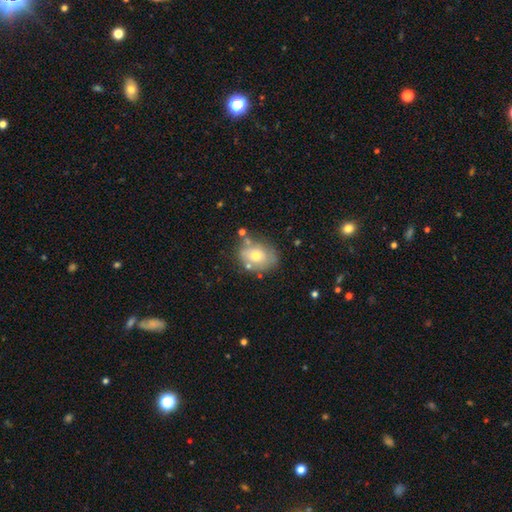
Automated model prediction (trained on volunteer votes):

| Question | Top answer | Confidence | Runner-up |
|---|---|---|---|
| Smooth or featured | smooth | 66% | featured or disk (24%) |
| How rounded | in between | 59% | round (40%) |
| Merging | none | 67% | minor disturbance (19%) |